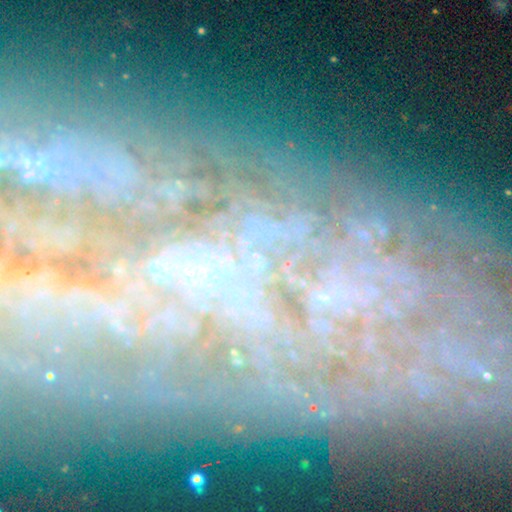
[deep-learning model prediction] Overall: star or artifact (47%; featured or disk 40%).